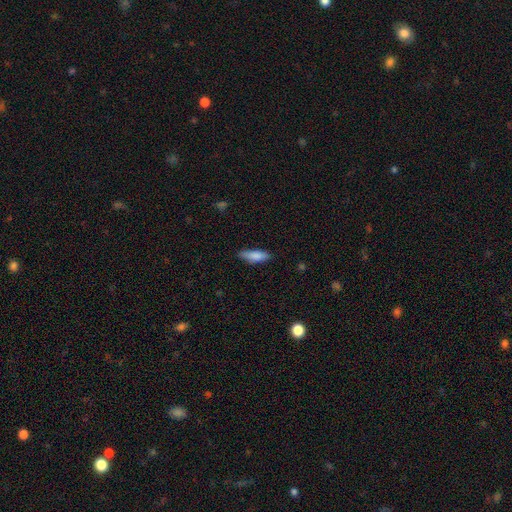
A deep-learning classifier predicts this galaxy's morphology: smooth 82%, featured or disk 11%, star or artifact 6%. Down the decision tree: how rounded — in between (51%); merging — none (81%).